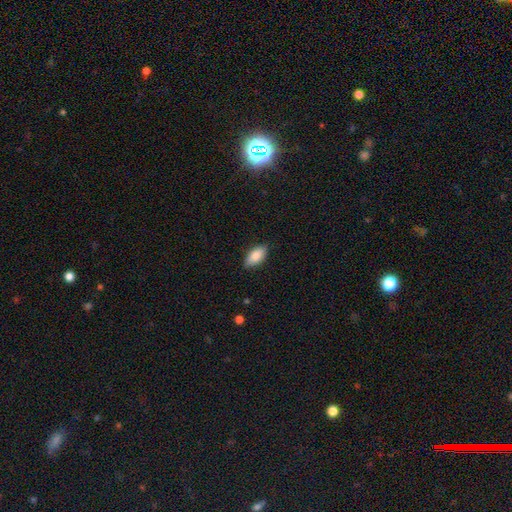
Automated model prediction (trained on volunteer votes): Smooth or featured: smooth — 85% (featured or disk — 9%)
How rounded: in between — 91% (cigar-shaped — 6%)
Merging: none — 84% (minor disturbance — 13%)